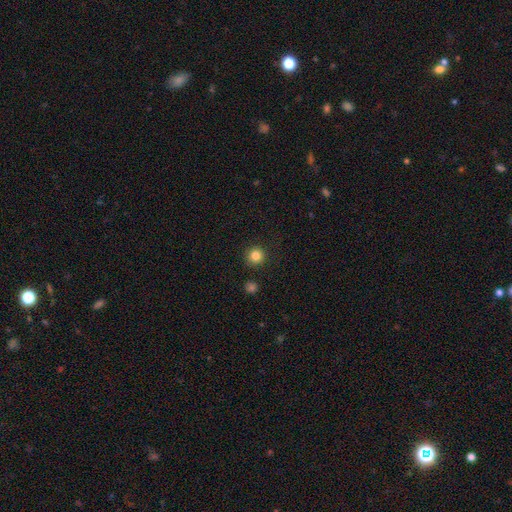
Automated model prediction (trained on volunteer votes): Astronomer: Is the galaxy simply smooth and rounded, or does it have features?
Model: smooth — 84%.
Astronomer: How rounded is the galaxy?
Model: round — 95%.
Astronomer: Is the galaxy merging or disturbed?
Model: none — 91%.